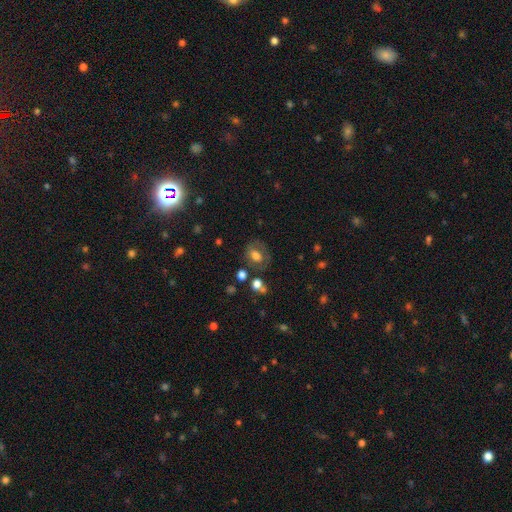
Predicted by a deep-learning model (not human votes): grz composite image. It shows a smooth galaxy with no disk features (61%) that is in between round and cigar-shaped (60%). Merging: none (64%).